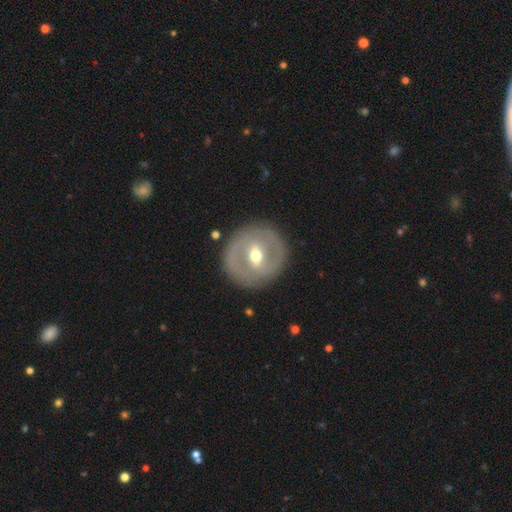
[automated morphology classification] featured or disk 72%, smooth 23%, star or artifact 5%. Down the decision tree: edge-on disk — no (94%); bar — weak (44%); spiral arms — no (51%); bulge size — moderate (71%); merging — none (86%).